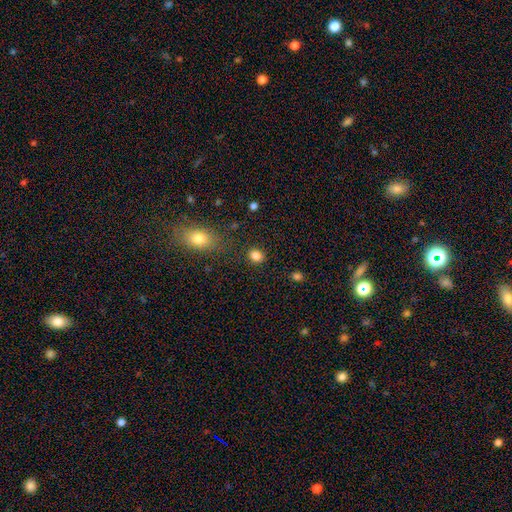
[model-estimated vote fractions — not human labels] Morphology: type=smooth (85%); roundness=round (63%); merging=none (86%).